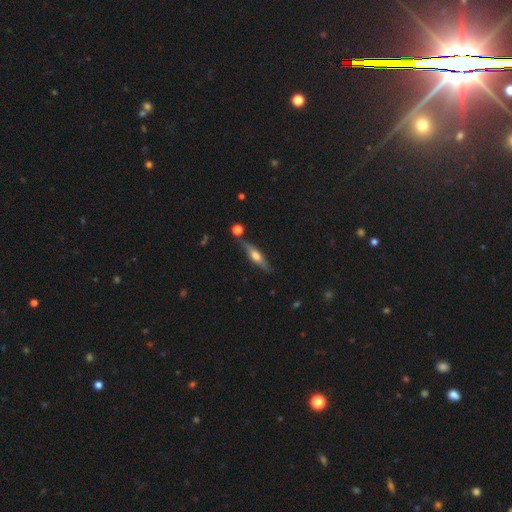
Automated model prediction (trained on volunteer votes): Q: Smooth or featured?
A: featured or disk (57%); runner-up: smooth (36%)
Q: Edge-on disk?
A: yes (90%); runner-up: no (10%)
Q: Edge-on bulge?
A: rounded (84%); runner-up: boxy (10%)
Q: Merging?
A: none (74%); runner-up: minor disturbance (14%)